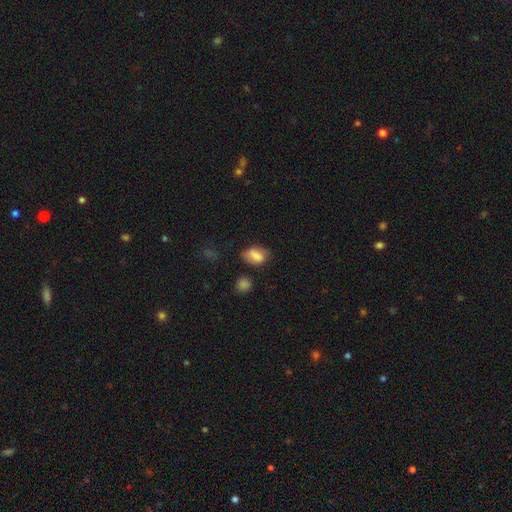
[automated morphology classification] smooth 79%, featured or disk 11%, star or artifact 10%. Down the decision tree: how rounded — in between (83%); merging — none (64%).